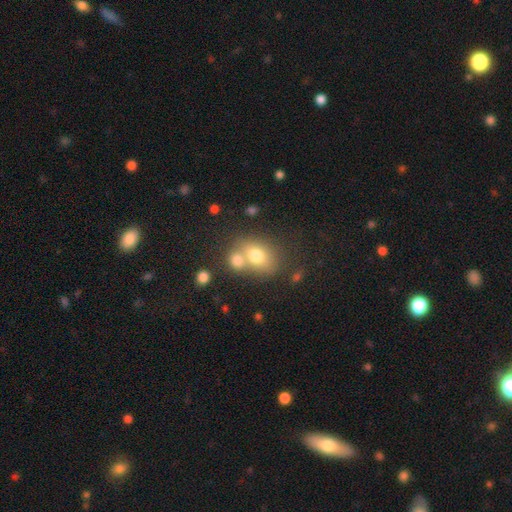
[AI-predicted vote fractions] This appears to be a smooth galaxy with no disk features (72%) that is in between round and cigar-shaped (51%). Merging: merger (45%).